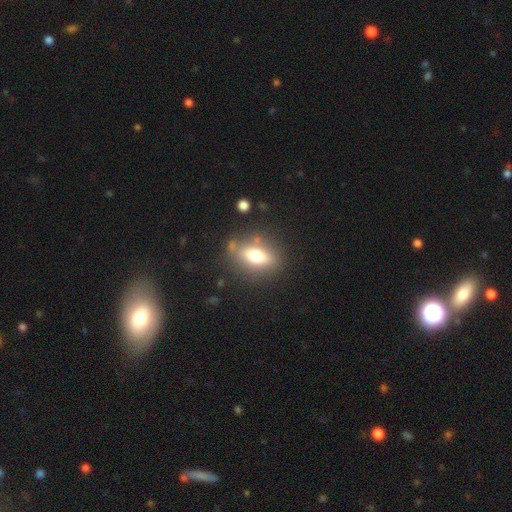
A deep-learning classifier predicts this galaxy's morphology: Overall: smooth (65%). How rounded: in between (75%). Merging: none (74%).